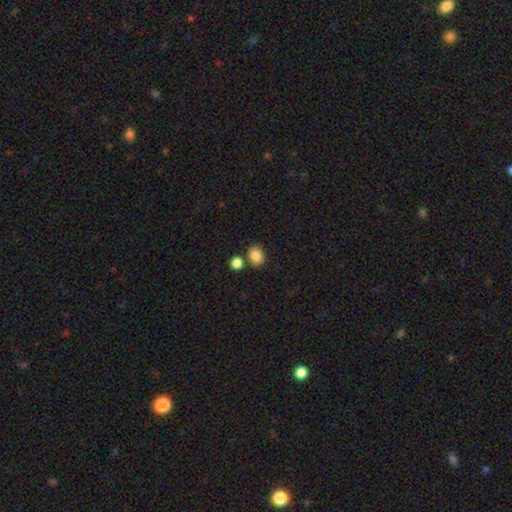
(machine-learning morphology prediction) A smooth galaxy with no disk features (86%) that is in between round and cigar-shaped (50%).

Vote fractions:
- Smooth or featured? smooth: 86% / star or artifact: 10% / featured or disk: 5%
- How rounded? in between: 50% / round: 49% / cigar-shaped: 1%
- Merging? none: 74% / merger: 13% / minor disturbance: 10% / major disturbance: 3%